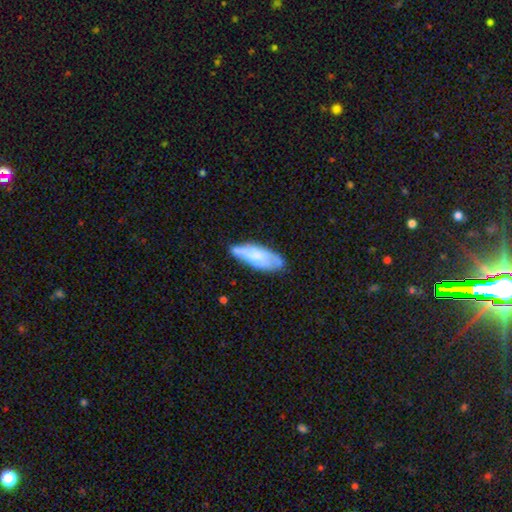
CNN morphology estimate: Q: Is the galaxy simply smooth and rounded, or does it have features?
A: smooth — 65%.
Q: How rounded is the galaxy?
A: in between — 65%.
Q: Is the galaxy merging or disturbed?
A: none — 62%.